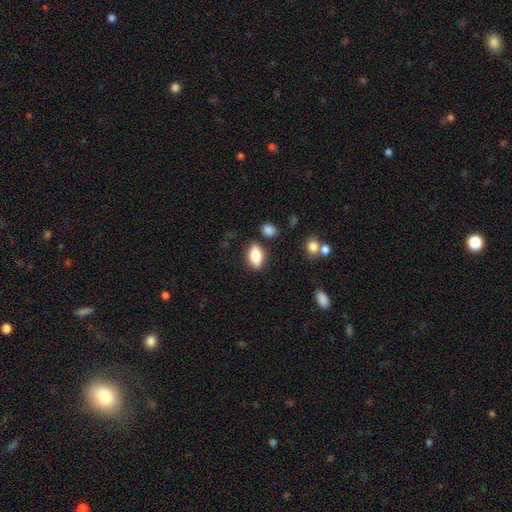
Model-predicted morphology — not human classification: Q: Smooth or featured?
A: smooth (76%); runner-up: featured or disk (16%)
Q: How rounded?
A: in between (86%); runner-up: round (7%)
Q: Merging?
A: none (82%); runner-up: minor disturbance (11%)